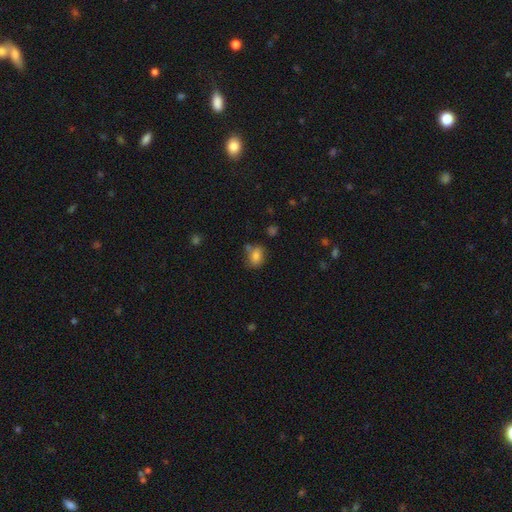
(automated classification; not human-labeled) Overall: smooth (80%). How rounded: in between (57%; round 41%). Merging: none (65%).